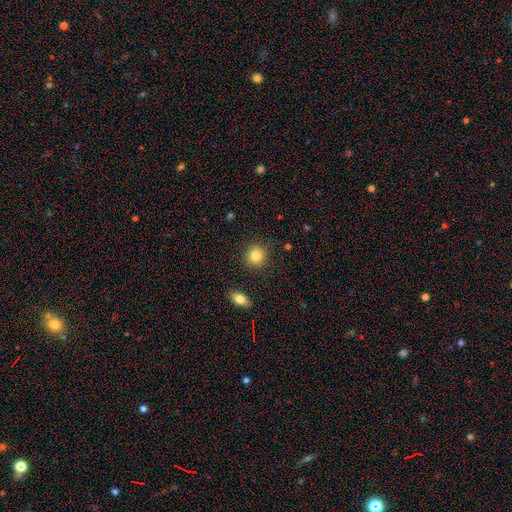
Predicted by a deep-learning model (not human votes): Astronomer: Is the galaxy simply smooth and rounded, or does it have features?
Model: smooth — 85%.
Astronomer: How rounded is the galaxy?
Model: round — 87%.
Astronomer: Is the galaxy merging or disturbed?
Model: none — 89%.